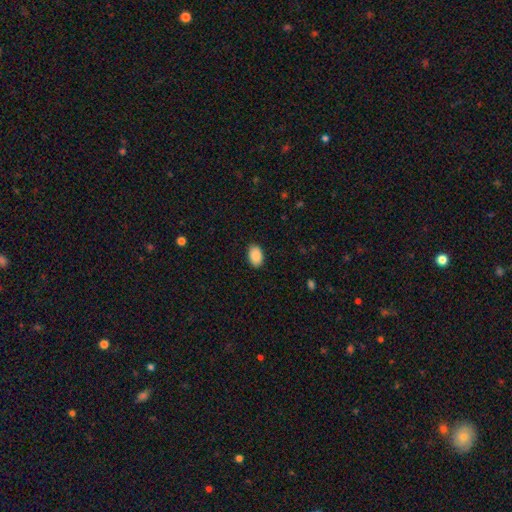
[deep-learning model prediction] This appears to be a smooth galaxy with no disk features (89%) that is in between round and cigar-shaped (90%). Merging: none (88%).